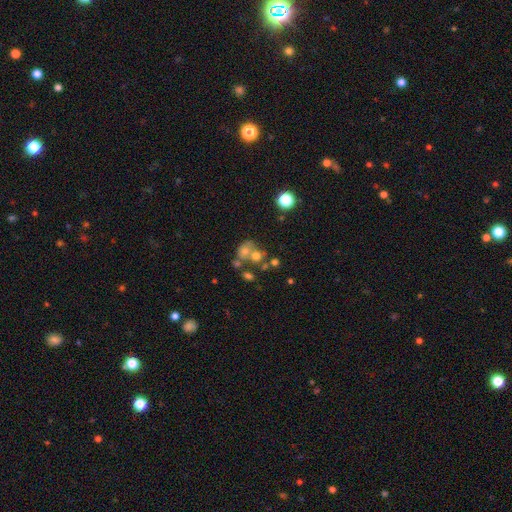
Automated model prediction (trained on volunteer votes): Smooth or featured?
  - smooth: 59% *
  - featured or disk: 23%
  - star or artifact: 18%
How rounded?
  - round: 68% *
  - in between: 31%
  - cigar-shaped: 1%
Merging?
  - merger: 47% *
  - none: 35%
  - minor disturbance: 10%
  - major disturbance: 8%